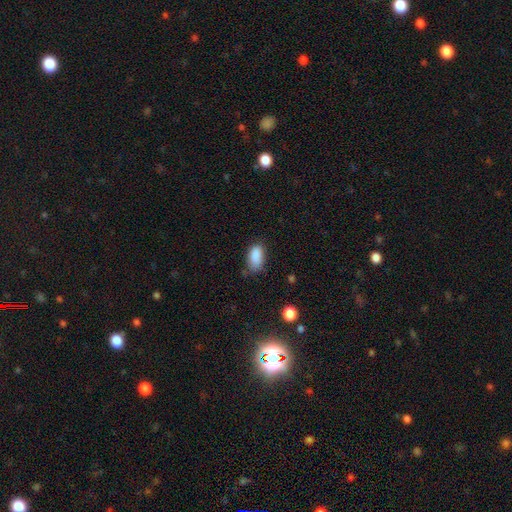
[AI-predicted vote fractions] A smooth galaxy with no disk features (87%) that is in between round and cigar-shaped (92%). Merging: none (63%).